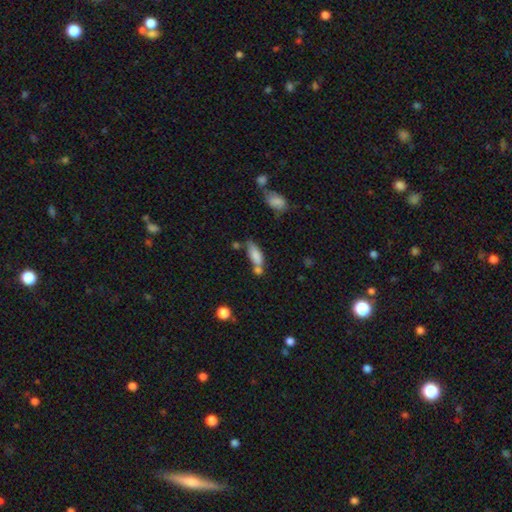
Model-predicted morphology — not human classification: Smooth or featured?
  - smooth: 79% *
  - featured or disk: 13%
  - star or artifact: 8%
How rounded?
  - in between: 71% *
  - cigar-shaped: 26%
  - round: 3%
Merging?
  - none: 39% *
  - merger: 36%
  - minor disturbance: 18%
  - major disturbance: 8%